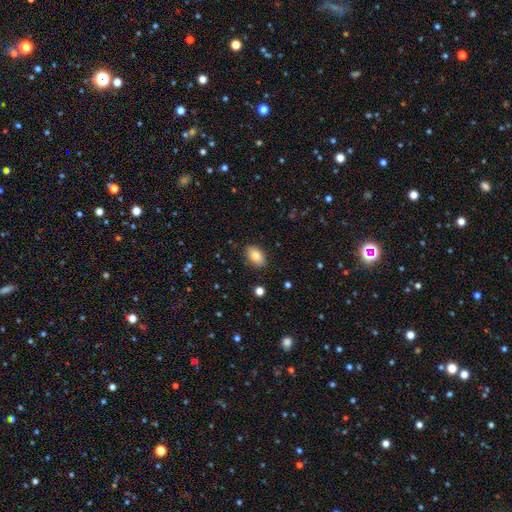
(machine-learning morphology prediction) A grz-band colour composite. It shows a smooth galaxy with no disk features (83%) that is in between round and cigar-shaped (89%). Merging: none (87%).